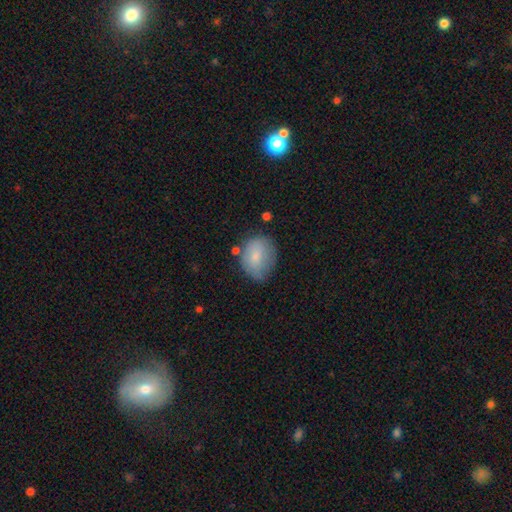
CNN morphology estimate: Smooth or featured? smooth (76%)
How rounded? in between (52%)
Merging? none (61%)